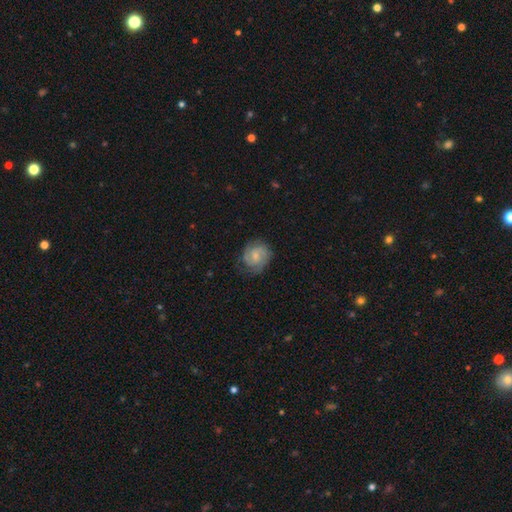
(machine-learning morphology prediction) This appears to be a featured or disk galaxy (62%) with no bar (64%), 2 (61%) tight (53%) spiral arms (91%) and a small central bulge (55%). Merging: none (73%).